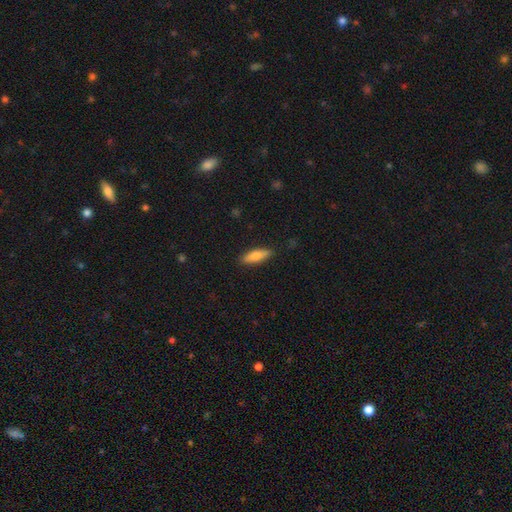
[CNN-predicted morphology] type=smooth (75%); roundness=in between (55%); merging=none (87%).